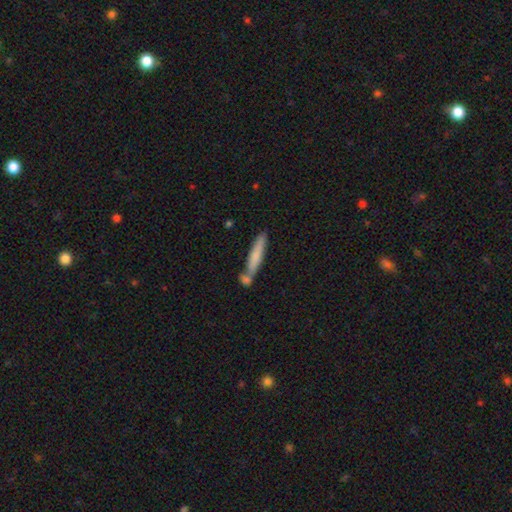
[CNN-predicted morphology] Smooth or featured? smooth (69%)
How rounded? cigar-shaped (90%)
Merging? none (57%)